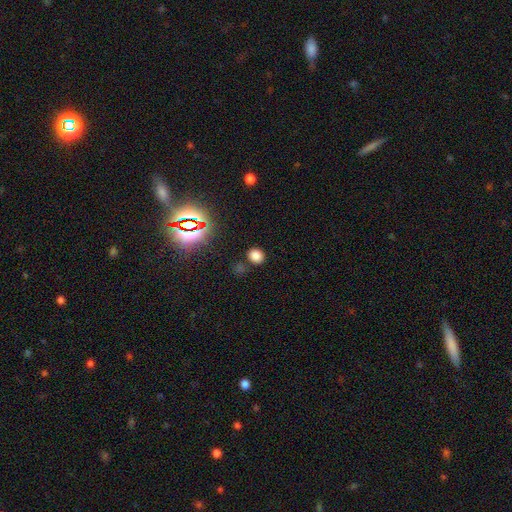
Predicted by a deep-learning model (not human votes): Smooth or featured: smooth — 76% (star or artifact — 20%)
How rounded: round — 67% (in between — 32%)
Merging: none — 83% (minor disturbance — 9%)